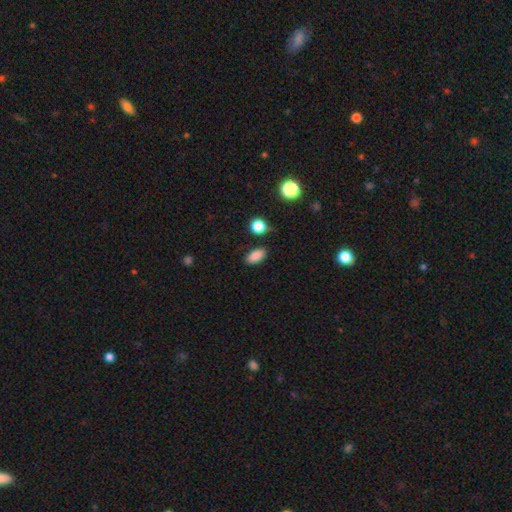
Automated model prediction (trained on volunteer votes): Smooth or featured? Predicted: smooth (p=0.86). How rounded? Predicted: in between (p=0.90). Merging? Predicted: none (p=0.84).